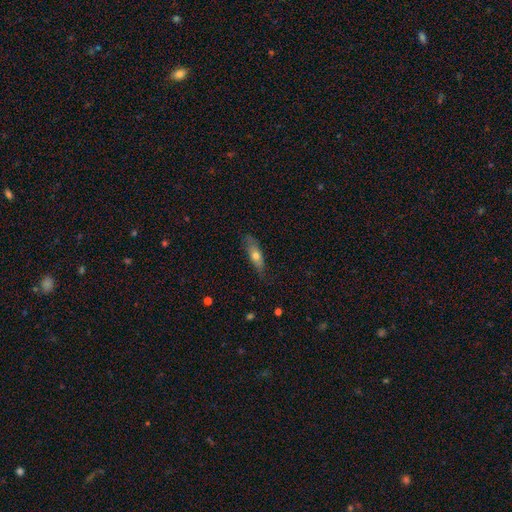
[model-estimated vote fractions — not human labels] smooth_or_featured: smooth (p=0.59) [alt: featured or disk p=0.35]
how_rounded: cigar-shaped (p=0.51) [alt: in between p=0.46]
merging: none (p=0.74) [alt: minor disturbance p=0.21]